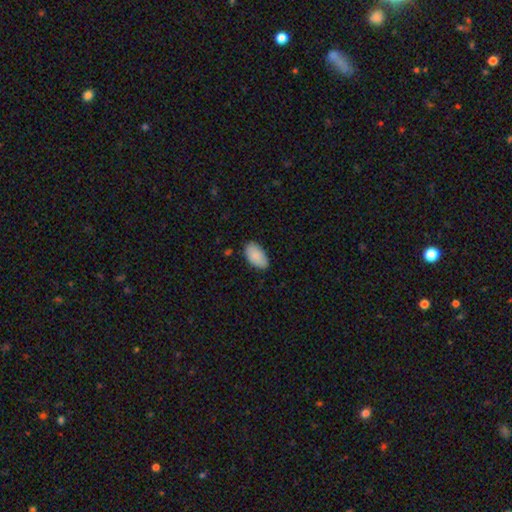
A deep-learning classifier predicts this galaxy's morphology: A smooth galaxy with no disk features (88%) that is in between round and cigar-shaped (95%).

Vote fractions:
- Smooth or featured? smooth: 88% / star or artifact: 6% / featured or disk: 5%
- How rounded? in between: 95% / round: 4% / cigar-shaped: 2%
- Merging? none: 81% / minor disturbance: 15% / major disturbance: 3% / merger: 1%